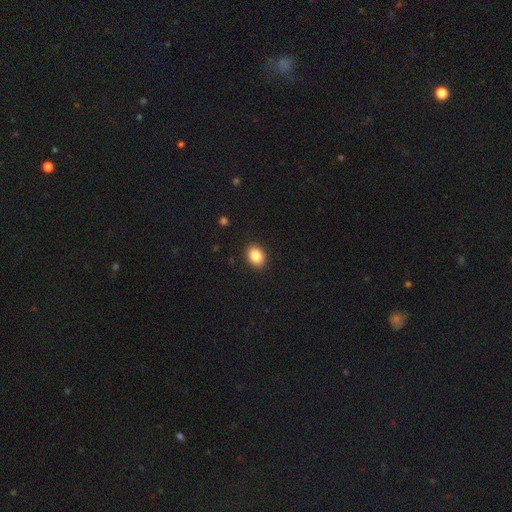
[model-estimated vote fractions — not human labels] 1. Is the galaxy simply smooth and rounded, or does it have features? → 86% smooth, 9% star or artifact, 5% featured or disk.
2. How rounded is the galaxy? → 62% in between, 37% round, 1% cigar-shaped.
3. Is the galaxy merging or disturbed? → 90% none, 7% minor disturbance, 2% major disturbance, 1% merger.